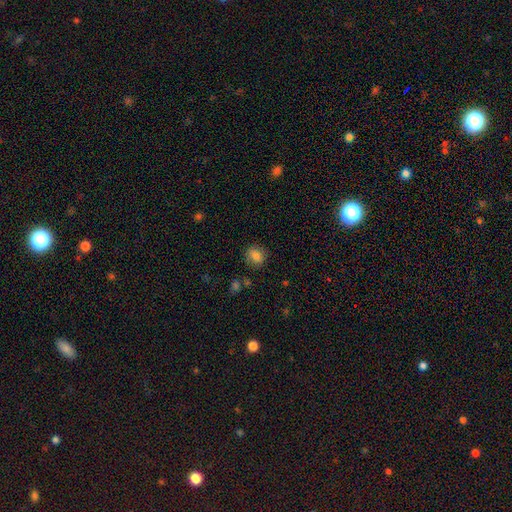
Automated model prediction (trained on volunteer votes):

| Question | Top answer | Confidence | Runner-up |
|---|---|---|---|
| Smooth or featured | smooth | 83% | star or artifact (10%) |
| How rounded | round | 69% | in between (30%) |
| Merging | none | 85% | minor disturbance (10%) |